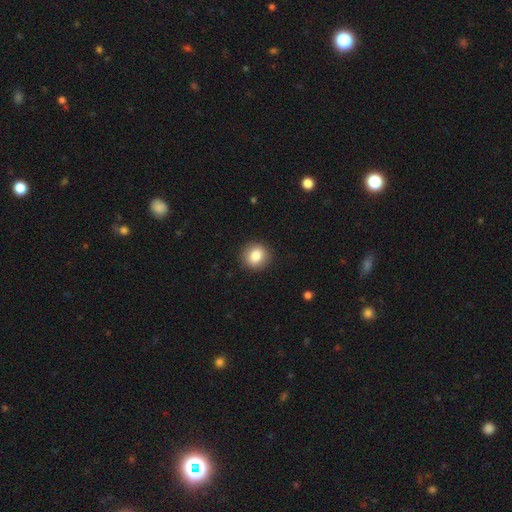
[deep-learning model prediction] Overall: smooth (84%). How rounded: round (84%). Merging: none (91%).